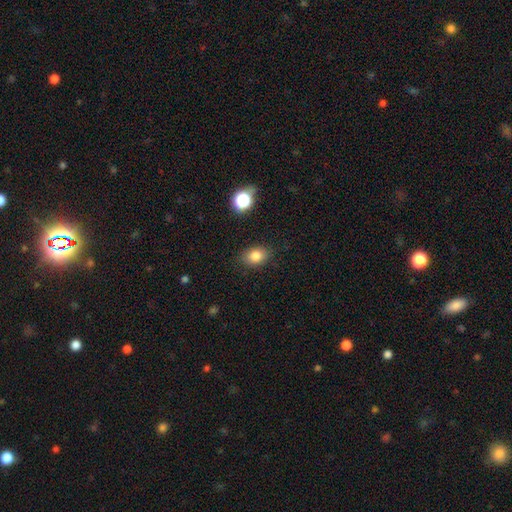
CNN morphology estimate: Smooth or featured?
  - smooth: 82% *
  - star or artifact: 11%
  - featured or disk: 7%
How rounded?
  - in between: 68% *
  - round: 31%
  - cigar-shaped: 1%
Merging?
  - none: 84% *
  - minor disturbance: 11%
  - major disturbance: 3%
  - merger: 2%